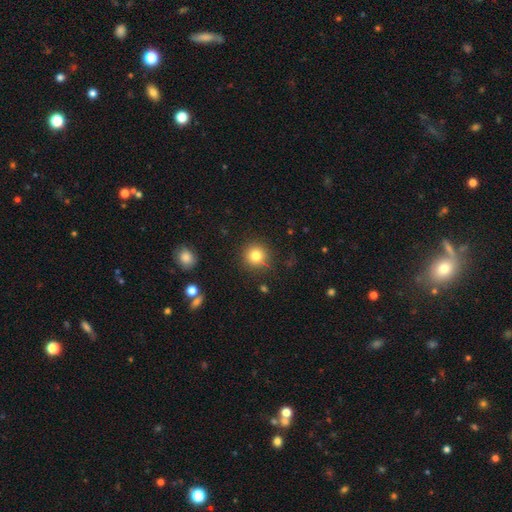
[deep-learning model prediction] Morphology: type=smooth (81%); roundness=round (94%); merging=none (87%).